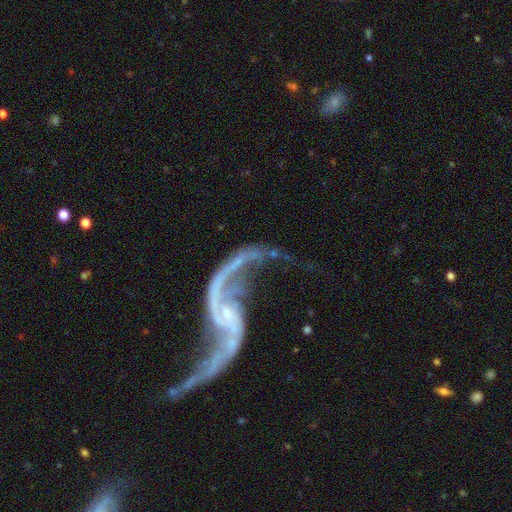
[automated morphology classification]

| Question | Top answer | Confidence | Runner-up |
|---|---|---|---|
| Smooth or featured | featured or disk | 91% | star or artifact (6%) |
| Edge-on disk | no | 96% | yes (4%) |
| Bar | no | 55% | weak (29%) |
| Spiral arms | yes | 96% | no (4%) |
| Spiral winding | loose | 89% | medium (8%) |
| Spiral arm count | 2 | 93% | 1 (2%) |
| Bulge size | small | 83% | moderate (10%) |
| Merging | none | 46% | major disturbance (25%) |